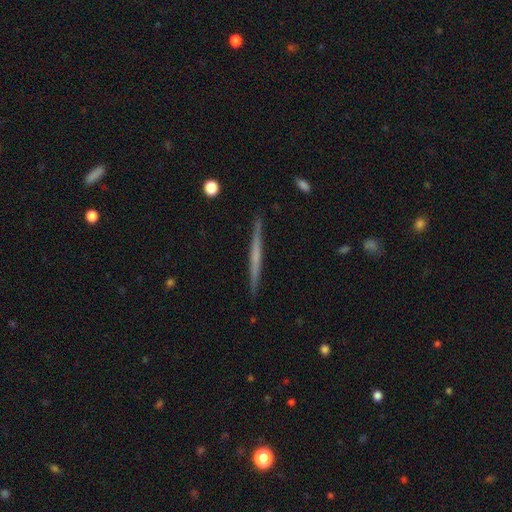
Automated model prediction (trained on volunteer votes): This is possibly a featured or disk galaxy (58%). It is clearly viewed edge-on (98%). Edge-on bulge: clearly none (80%). Merging: clearly none (92%).